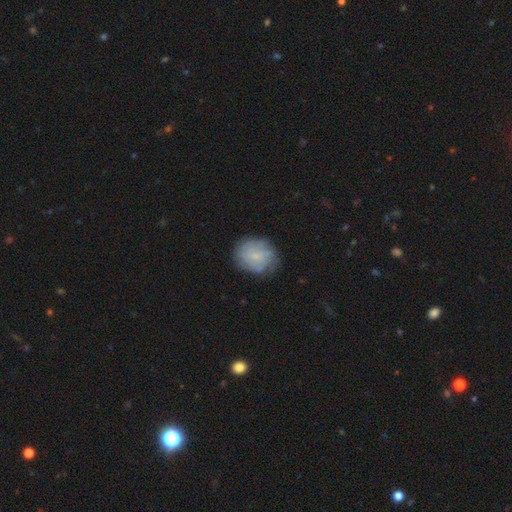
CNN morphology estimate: smooth-or-featured: smooth: 46% | featured or disk: 45% | star or artifact: 9%
  merging: none: 72% | minor disturbance: 19% | major disturbance: 7% | merger: 1%